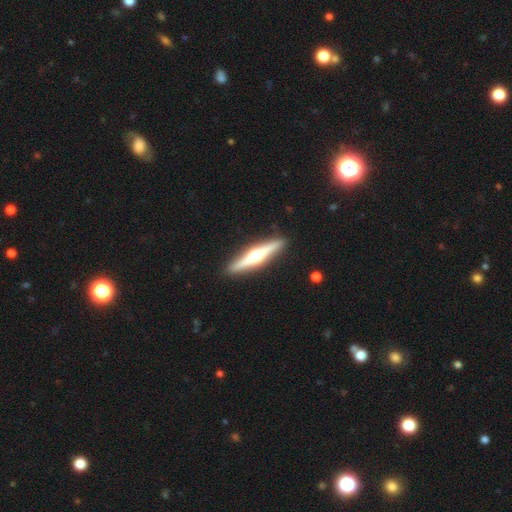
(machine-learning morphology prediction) A featured or disk galaxy (73%) viewed edge-on (98%) with a rounded central bulge (93%).

Vote fractions:
- Smooth or featured? featured or disk: 73% / smooth: 23% / star or artifact: 5%
- Edge-on disk? yes: 98% / no: 2%
- Edge-on bulge? rounded: 93% / boxy: 4% / none: 3%
- Merging? none: 92% / minor disturbance: 6% / major disturbance: 1% / merger: 1%